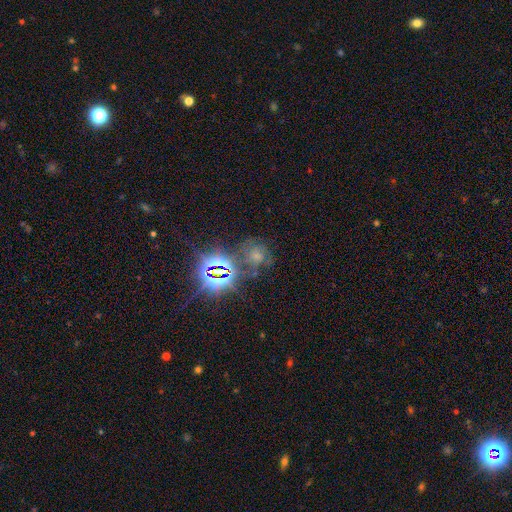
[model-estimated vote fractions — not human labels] Smooth or featured? star or artifact (44%)